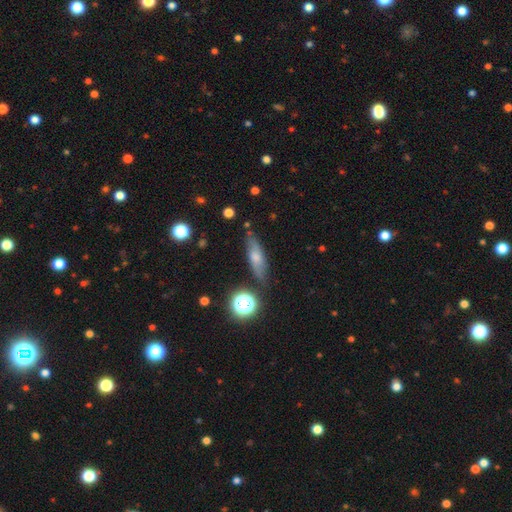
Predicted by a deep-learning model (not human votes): Smooth or featured?
  - smooth: 48% *
  - featured or disk: 38%
  - star or artifact: 14%
Merging?
  - none: 80% *
  - minor disturbance: 14%
  - major disturbance: 3%
  - merger: 3%